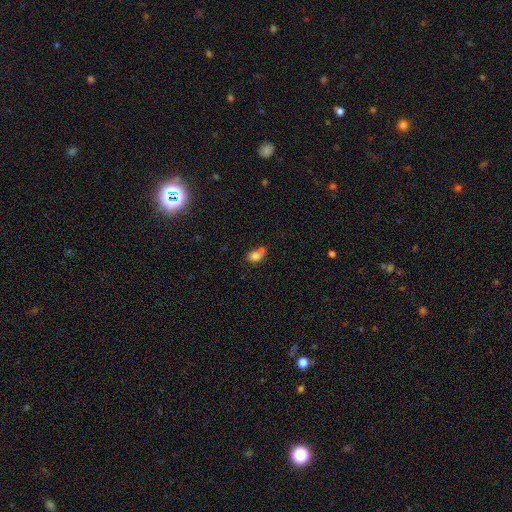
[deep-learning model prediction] A smooth galaxy with no disk features (78%) that is in between round and cigar-shaped (55%).

Vote fractions:
- Smooth or featured? smooth: 78% / featured or disk: 11% / star or artifact: 11%
- How rounded? in between: 55% / round: 44% / cigar-shaped: 1%
- Merging? merger: 47% / none: 36% / minor disturbance: 12% / major disturbance: 5%